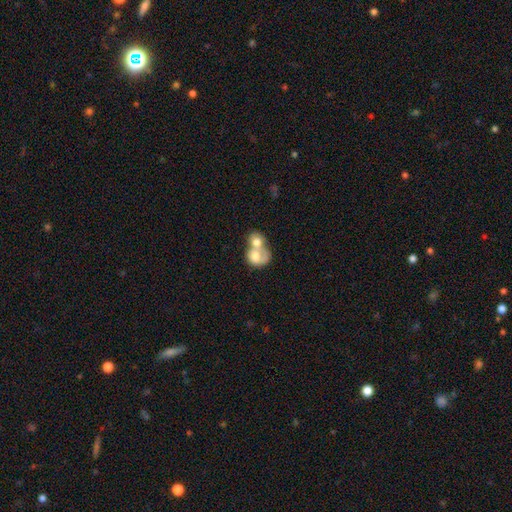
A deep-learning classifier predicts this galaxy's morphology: Smooth or featured?
  - smooth: 62% *
  - featured or disk: 32%
  - star or artifact: 7%
How rounded?
  - round: 57% *
  - in between: 42%
  - cigar-shaped: 1%
Merging?
  - merger: 81% *
  - none: 9%
  - major disturbance: 5%
  - minor disturbance: 4%